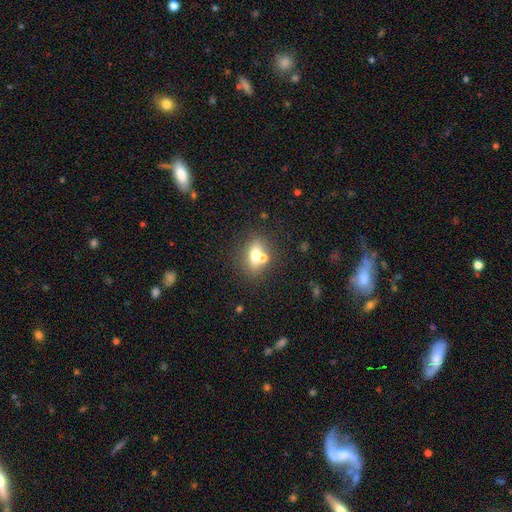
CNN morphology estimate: Smooth or featured: smooth — 66% (featured or disk — 23%)
How rounded: in between — 63% (round — 33%)
Merging: none — 53% (merger — 32%)